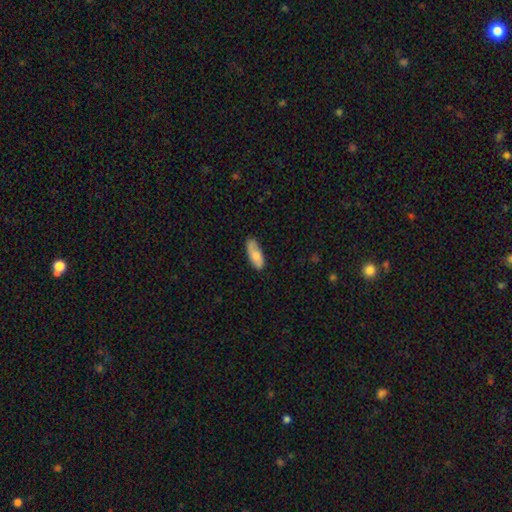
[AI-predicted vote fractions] Morphology: type=smooth (75%); roundness=in between (74%); merging=none (72%).